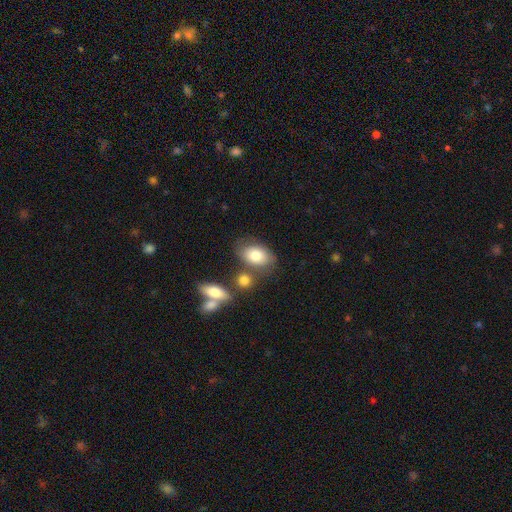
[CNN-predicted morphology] Smooth or featured? smooth (79%)
How rounded? in between (86%)
Merging? none (61%)